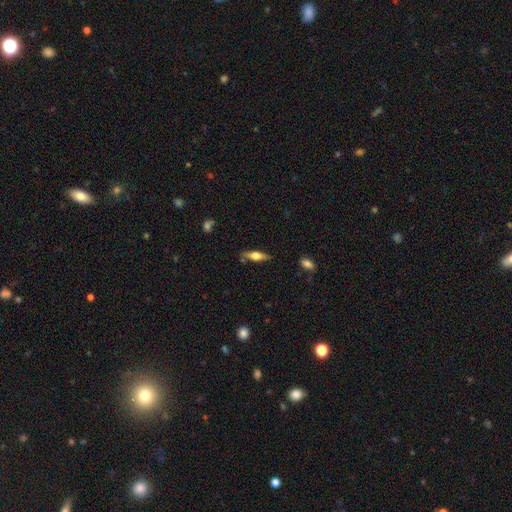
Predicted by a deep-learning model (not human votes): A smooth galaxy with no disk features (49%). Merging: none (80%).